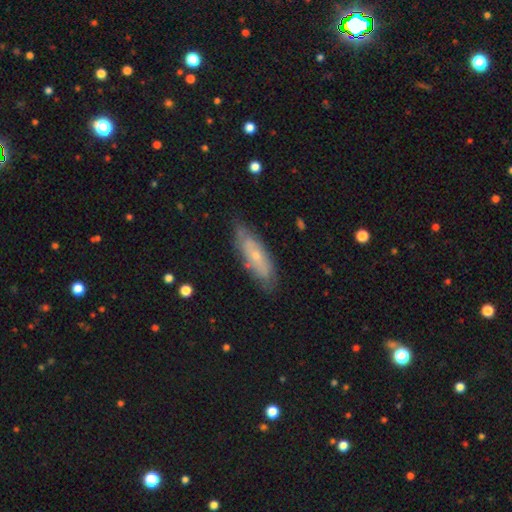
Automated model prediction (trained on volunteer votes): Overall: featured or disk (53%; smooth 40%). Edge-on disk: no (73%). Merging: none (74%).